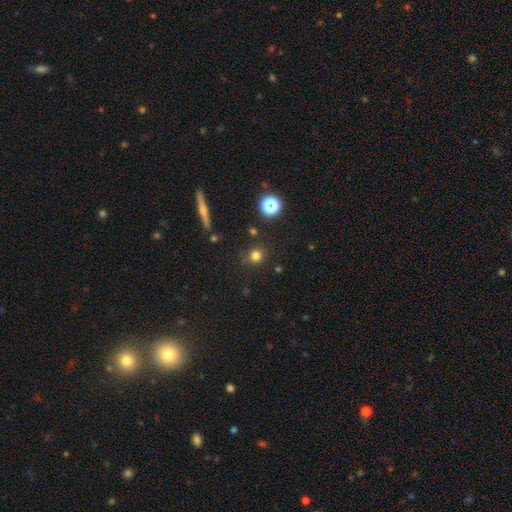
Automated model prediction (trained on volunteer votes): Q: Smooth or featured?
A: smooth (75%); runner-up: star or artifact (18%)
Q: How rounded?
A: round (92%); runner-up: in between (6%)
Q: Merging?
A: none (86%); runner-up: minor disturbance (8%)